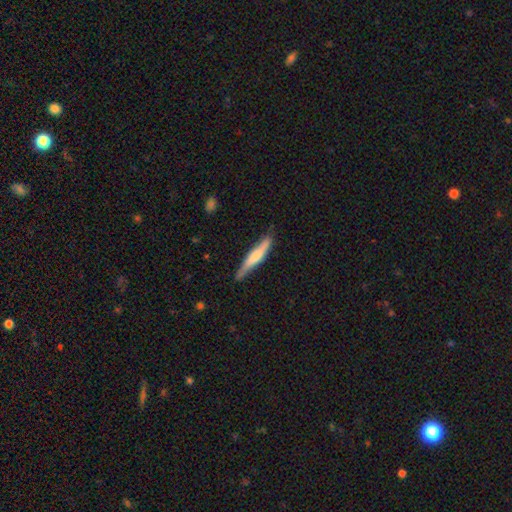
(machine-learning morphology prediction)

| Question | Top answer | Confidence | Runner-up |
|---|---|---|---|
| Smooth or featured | smooth | 57% | featured or disk (38%) |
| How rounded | cigar-shaped | 92% | in between (7%) |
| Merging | none | 71% | minor disturbance (22%) |